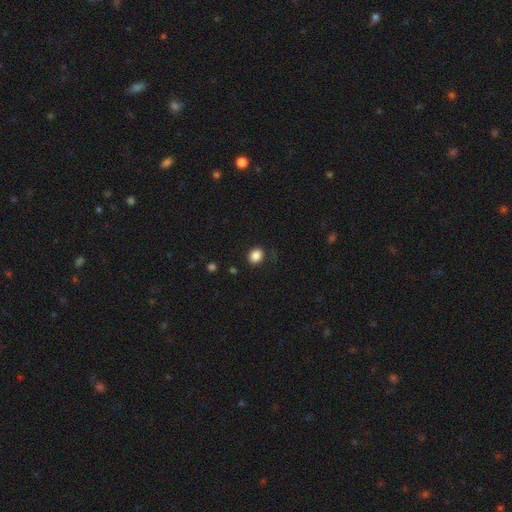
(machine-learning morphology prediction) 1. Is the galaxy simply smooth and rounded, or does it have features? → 86% smooth, 10% star or artifact, 4% featured or disk.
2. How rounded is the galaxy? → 55% in between, 44% round, 1% cigar-shaped.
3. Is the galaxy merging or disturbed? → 85% none, 11% minor disturbance, 3% major disturbance, 1% merger.